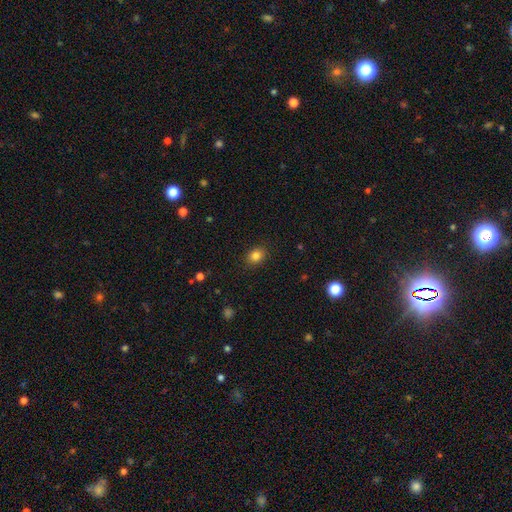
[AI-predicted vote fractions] A smooth galaxy with no disk features (84%) that is in between round and cigar-shaped (52%).

Vote fractions:
- Smooth or featured? smooth: 84% / star or artifact: 11% / featured or disk: 5%
- How rounded? in between: 52% / round: 47% / cigar-shaped: 1%
- Merging? none: 88% / minor disturbance: 9% / major disturbance: 3% / merger: 1%